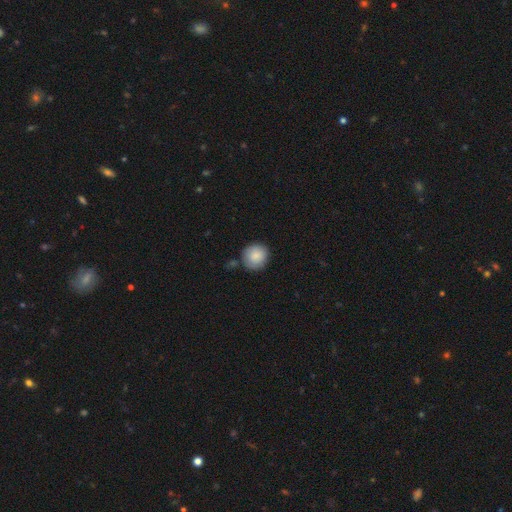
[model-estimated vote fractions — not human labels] The model was most divided on "merging": none: 80%, minor disturbance: 12%, merger: 5%, major disturbance: 3%. More confident: how rounded — round (91%); smooth or featured — smooth (87%).